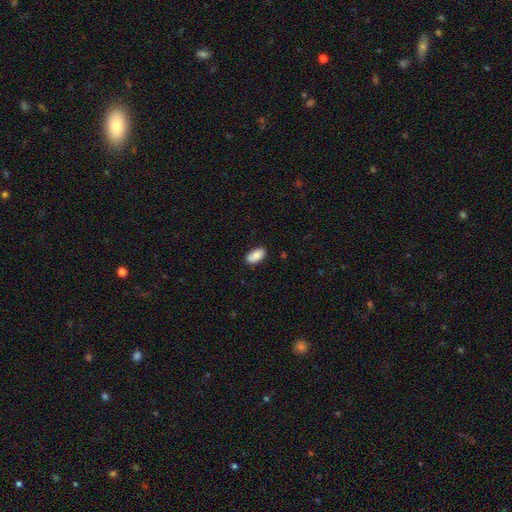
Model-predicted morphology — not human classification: smooth-or-featured: smooth: 88% | star or artifact: 7% | featured or disk: 5%
  how-rounded: in between: 94% | round: 3% | cigar-shaped: 3%
  merging: none: 85% | minor disturbance: 12% | major disturbance: 2% | merger: 1%